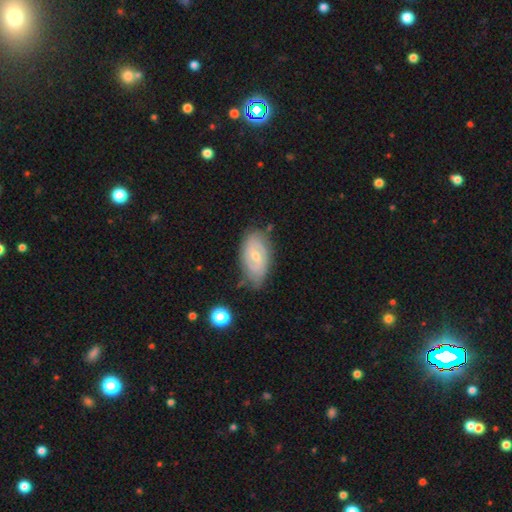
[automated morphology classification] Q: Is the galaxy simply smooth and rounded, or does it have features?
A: featured or disk — 63%.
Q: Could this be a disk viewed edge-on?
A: no — 93%.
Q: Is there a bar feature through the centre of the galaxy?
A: no — 46%.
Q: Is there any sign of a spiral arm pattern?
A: yes — 79%.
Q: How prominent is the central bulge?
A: small — 57%.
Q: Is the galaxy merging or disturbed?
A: none — 68%.